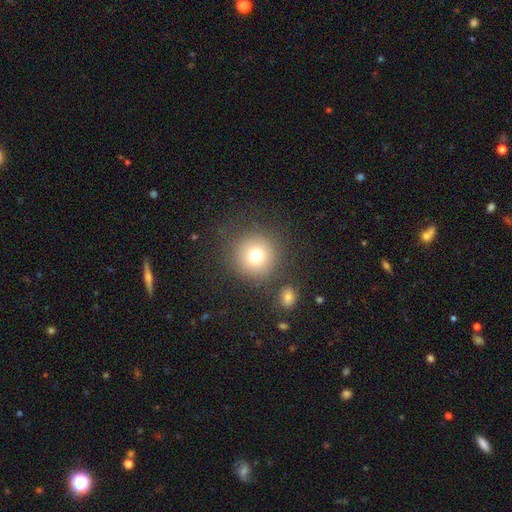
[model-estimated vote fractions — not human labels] The model was most divided on "smooth or featured": smooth: 75%, star or artifact: 13%, featured or disk: 12%. More confident: how rounded — round (94%); merging — none (82%).